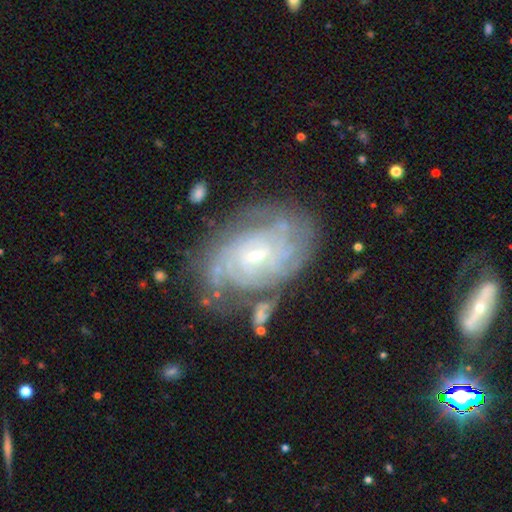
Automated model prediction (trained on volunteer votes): Overall: featured or disk (85%). Edge-on disk: no (96%). Bar: no (50%; weak 41%). Spiral arms: yes (94%). Spiral arm count: can't tell (45%; 4 17%). Spiral winding: tight (75%). Bulge size: small (73%). Merging: none (66%).